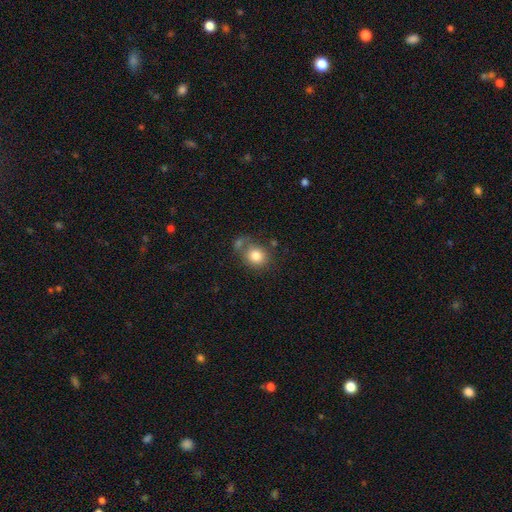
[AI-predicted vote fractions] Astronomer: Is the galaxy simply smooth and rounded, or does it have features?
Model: smooth — 82%.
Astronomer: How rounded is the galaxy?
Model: round — 76%.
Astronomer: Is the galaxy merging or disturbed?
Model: none — 57%.